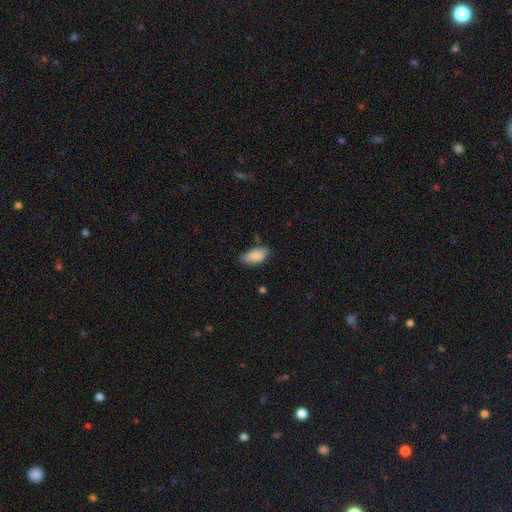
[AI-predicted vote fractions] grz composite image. It shows a smooth galaxy with no disk features (84%) that is in between round and cigar-shaped (91%). Merging: none (63%).